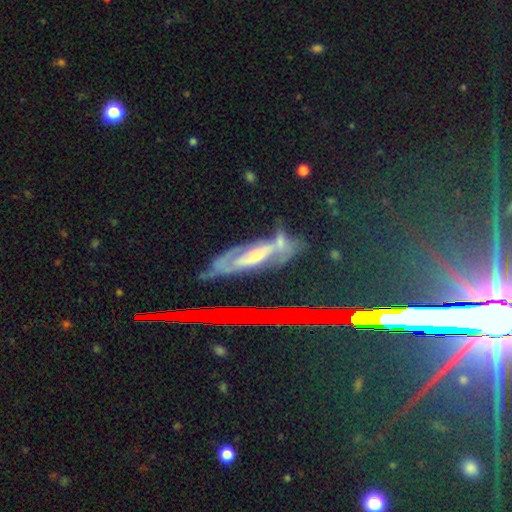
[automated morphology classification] A featured or disk galaxy (62%).

Vote fractions:
- Smooth or featured? featured or disk: 62% / star or artifact: 23% / smooth: 15%
- Edge-on disk? no: 66% / yes: 34%
- Merging? none: 65% / minor disturbance: 21% / major disturbance: 9% / merger: 5%